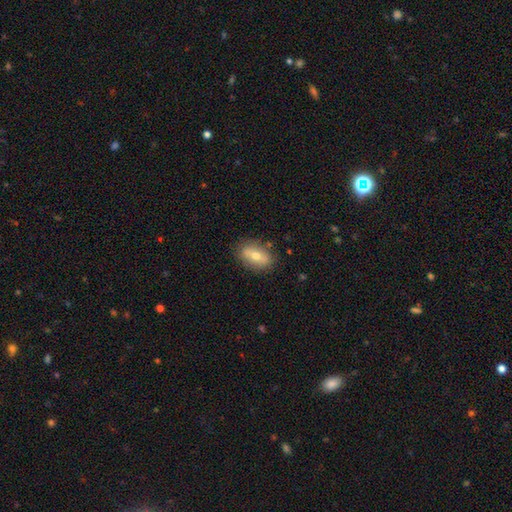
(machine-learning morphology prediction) Overall: smooth (61%; featured or disk 32%). How rounded: in between (83%). Merging: none (80%).